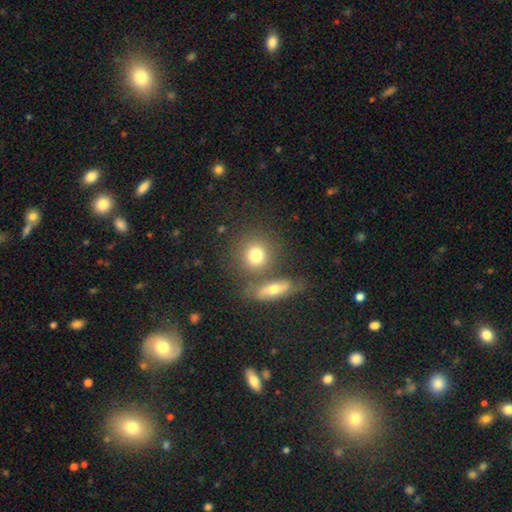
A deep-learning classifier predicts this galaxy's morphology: Smooth or featured: smooth — 76% (featured or disk — 14%)
How rounded: round — 80% (in between — 18%)
Merging: none — 63% (merger — 23%)